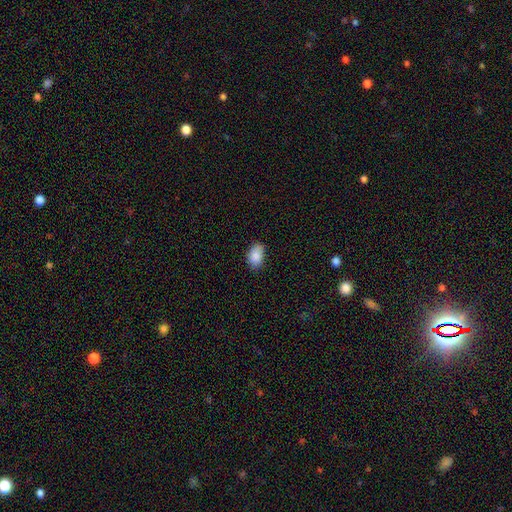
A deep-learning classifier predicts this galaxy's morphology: This is clearly a smooth galaxy (88%). How rounded: clearly in between (90%). Merging: likely none (75%).